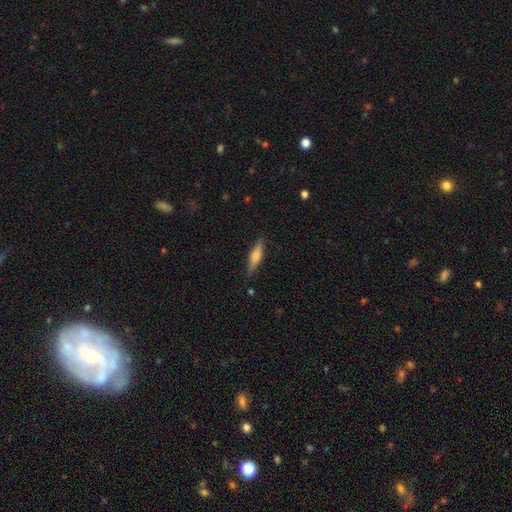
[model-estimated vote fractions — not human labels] Q: Smooth or featured?
A: smooth (59%); runner-up: featured or disk (34%)
Q: How rounded?
A: cigar-shaped (63%); runner-up: in between (35%)
Q: Merging?
A: none (82%); runner-up: minor disturbance (14%)